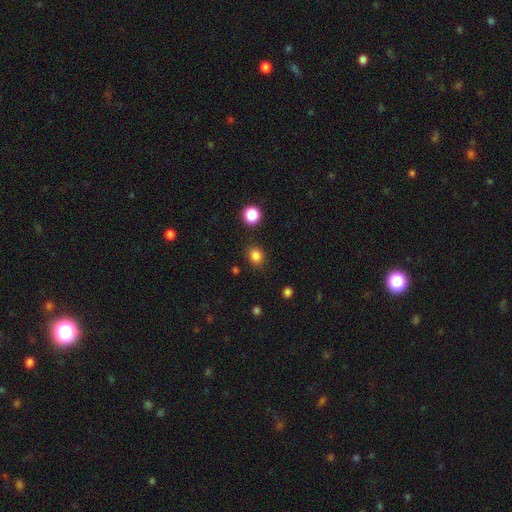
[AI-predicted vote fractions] smooth-or-featured: smooth: 84% | star or artifact: 13% | featured or disk: 4%
  how-rounded: round: 71% | in between: 28% | cigar-shaped: 1%
  merging: none: 87% | minor disturbance: 8% | major disturbance: 3% | merger: 2%